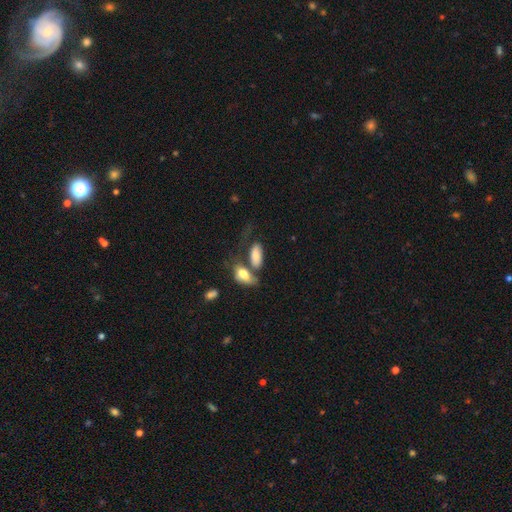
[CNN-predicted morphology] Smooth or featured?
  - smooth: 77% *
  - featured or disk: 16%
  - star or artifact: 7%
How rounded?
  - in between: 89% *
  - cigar-shaped: 7%
  - round: 4%
Merging?
  - merger: 36% *
  - none: 34%
  - minor disturbance: 16%
  - major disturbance: 14%